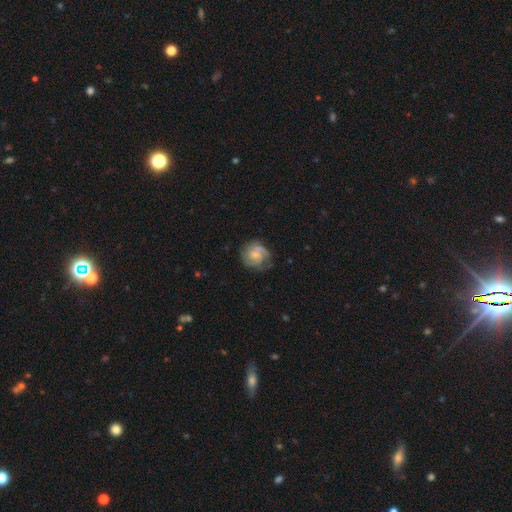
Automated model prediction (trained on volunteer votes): The model was most divided on "spiral winding": tight: 45%, medium: 42%, loose: 13%. More confident: edge-on disk — no (98%); spiral arms — yes (95%); smooth or featured — featured or disk (75%); merging — none (73%); spiral arm count — 2 (67%); bar — no (56%); bulge size — small (51%).